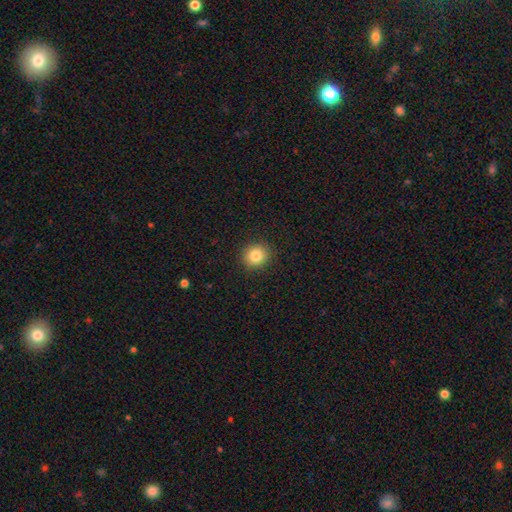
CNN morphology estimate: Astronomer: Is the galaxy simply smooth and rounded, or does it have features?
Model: smooth — 83%.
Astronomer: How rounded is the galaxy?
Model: round — 84%.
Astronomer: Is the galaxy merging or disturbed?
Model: none — 91%.